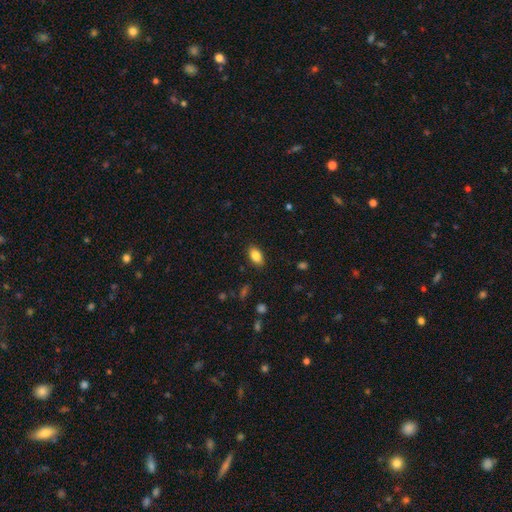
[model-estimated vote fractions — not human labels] Morphology: type=smooth (84%); roundness=in between (90%); merging=none (87%).